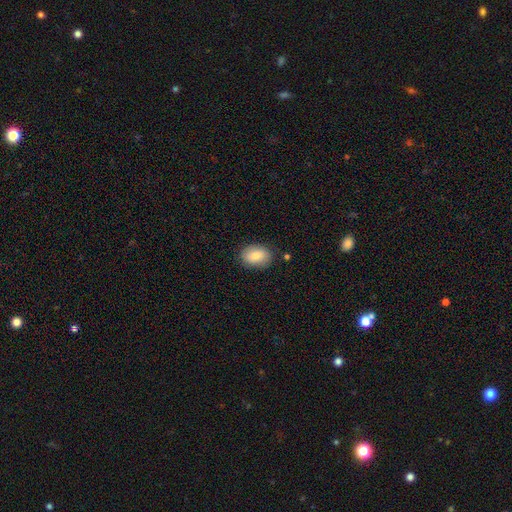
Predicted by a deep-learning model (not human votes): Smooth or featured: smooth — 81% (featured or disk — 12%)
How rounded: in between — 79% (round — 20%)
Merging: none — 84% (minor disturbance — 12%)